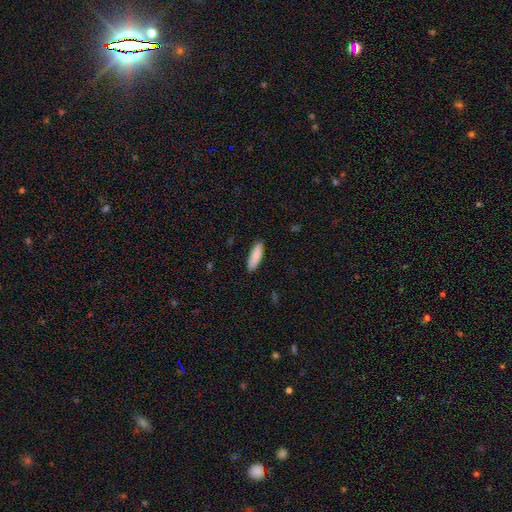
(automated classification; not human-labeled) Smooth or featured?
  - smooth: 89% *
  - featured or disk: 6%
  - star or artifact: 5%
How rounded?
  - cigar-shaped: 51% *
  - in between: 47%
  - round: 1%
Merging?
  - none: 89% *
  - minor disturbance: 8%
  - major disturbance: 2%
  - merger: 1%